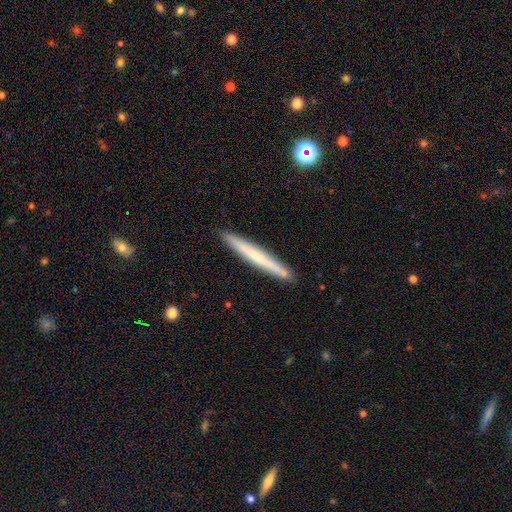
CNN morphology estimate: Smooth or featured? Predicted: smooth (p=0.54). How rounded? Predicted: cigar-shaped (p=0.97). Merging? Predicted: none (p=0.90).